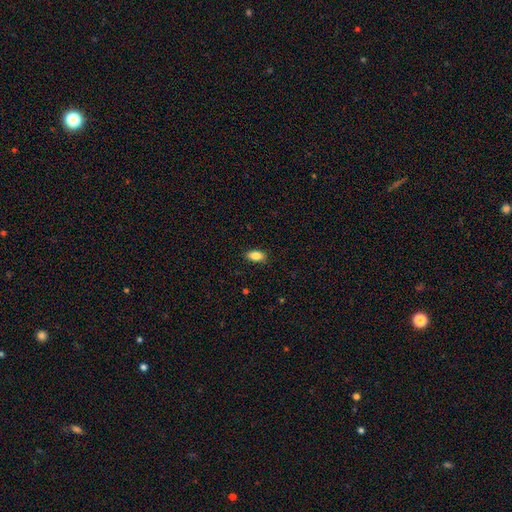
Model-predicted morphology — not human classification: Smooth or featured: smooth — 86% (star or artifact — 8%)
How rounded: in between — 90% (round — 6%)
Merging: none — 87% (minor disturbance — 10%)